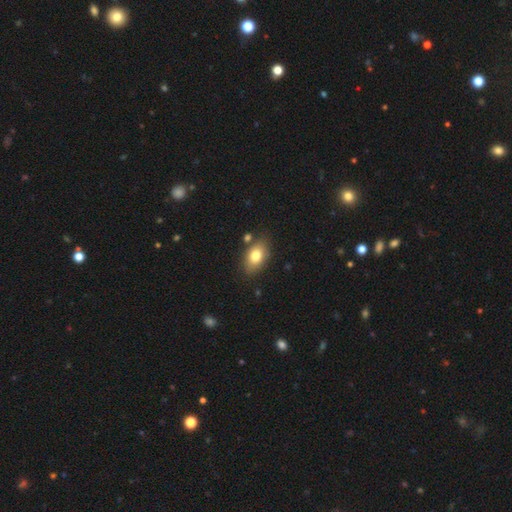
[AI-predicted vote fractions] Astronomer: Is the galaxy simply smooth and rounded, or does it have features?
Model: smooth — 79%.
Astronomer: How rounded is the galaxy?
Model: in between — 88%.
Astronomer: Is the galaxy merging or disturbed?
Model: none — 77%.